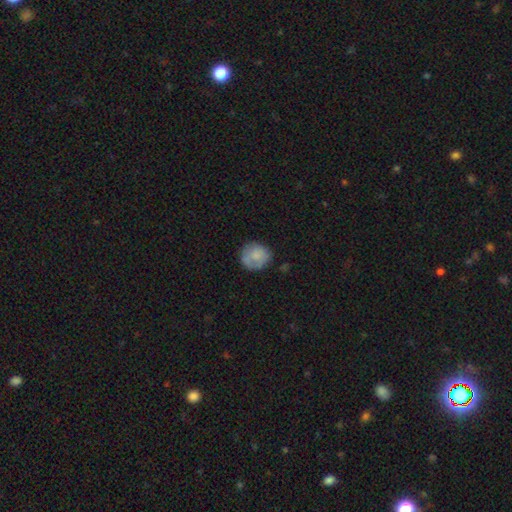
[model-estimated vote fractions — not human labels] Q: Smooth or featured?
A: smooth (77%); runner-up: featured or disk (16%)
Q: How rounded?
A: round (87%); runner-up: in between (12%)
Q: Merging?
A: none (71%); runner-up: minor disturbance (20%)